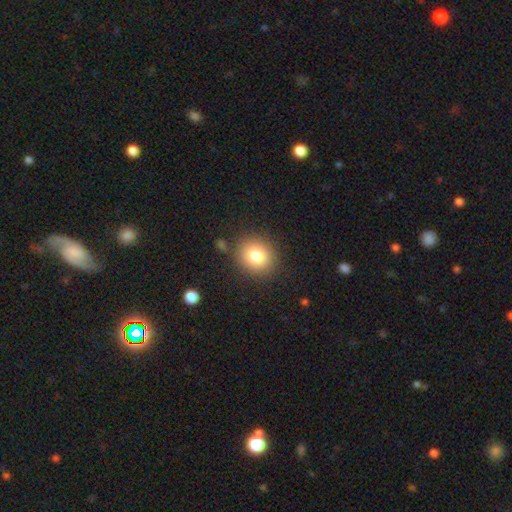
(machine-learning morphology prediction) A smooth galaxy with no disk features (81%) that is round (77%). Merging: none (85%).